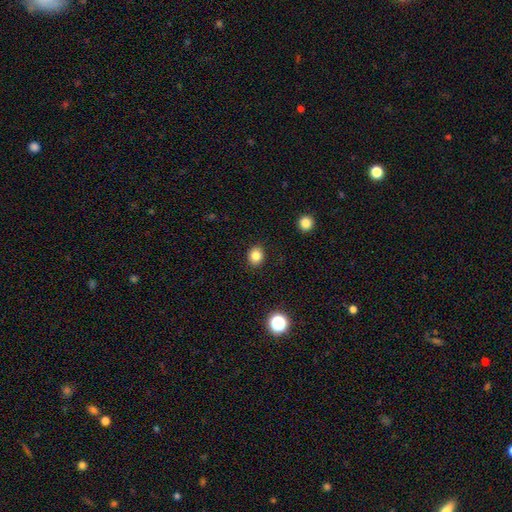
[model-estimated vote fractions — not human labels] Smooth or featured: smooth — 83% (star or artifact — 11%)
How rounded: round — 63% (in between — 36%)
Merging: none — 89% (minor disturbance — 8%)